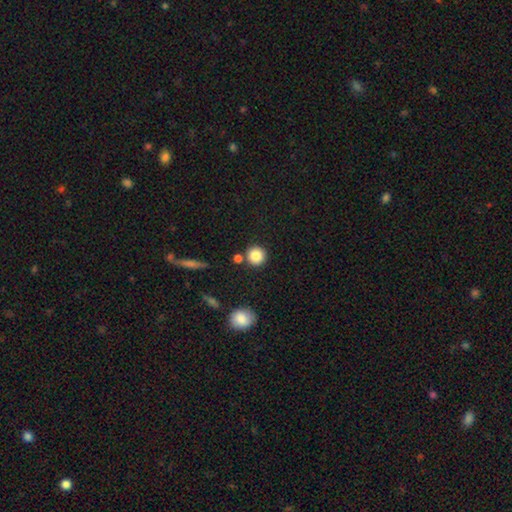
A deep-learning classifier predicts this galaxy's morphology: A smooth galaxy with no disk features (85%) that is round (93%).

Vote fractions:
- Smooth or featured? smooth: 85% / star or artifact: 10% / featured or disk: 6%
- How rounded? round: 93% / in between: 6% / cigar-shaped: 1%
- Merging? none: 82% / merger: 8% / minor disturbance: 8% / major disturbance: 3%